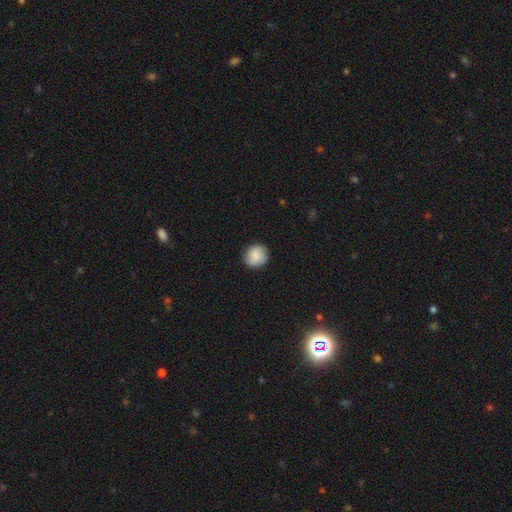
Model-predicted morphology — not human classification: Q: Smooth or featured?
A: smooth (86%); runner-up: featured or disk (7%)
Q: How rounded?
A: round (92%); runner-up: in between (7%)
Q: Merging?
A: none (89%); runner-up: minor disturbance (8%)